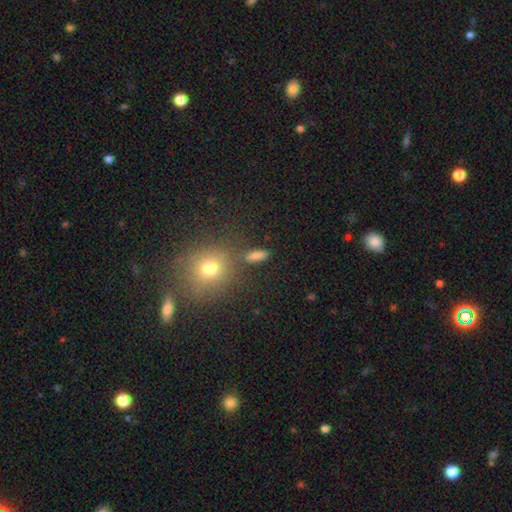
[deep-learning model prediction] smooth 70%, star or artifact 19%, featured or disk 10%. Down the decision tree: how rounded — in between (54%); merging — none (78%).